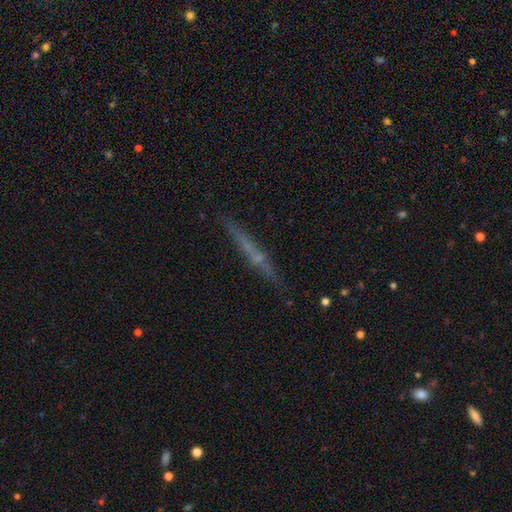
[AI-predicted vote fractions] Smooth or featured: featured or disk — 55% (smooth — 35%)
Edge-on disk: yes — 92% (no — 8%)
Edge-on bulge: none — 66% (rounded — 27%)
Merging: none — 83% (minor disturbance — 12%)